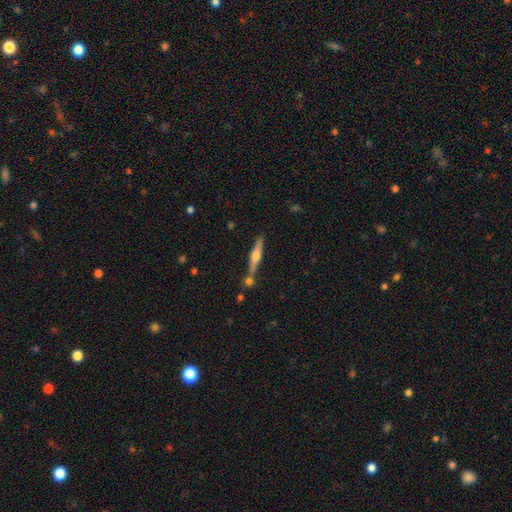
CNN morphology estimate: Smooth or featured? Predicted: featured or disk (p=0.66). Edge-on disk? Predicted: yes (p=0.97). Edge-on bulge? Predicted: rounded (p=0.88). Merging? Predicted: none (p=0.73).